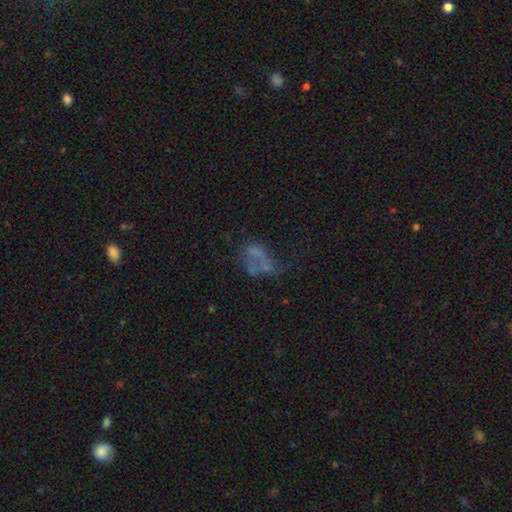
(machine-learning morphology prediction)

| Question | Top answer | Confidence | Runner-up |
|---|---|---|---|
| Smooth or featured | featured or disk | 41% | smooth (38%) |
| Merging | major disturbance | 31% | none (30%) |